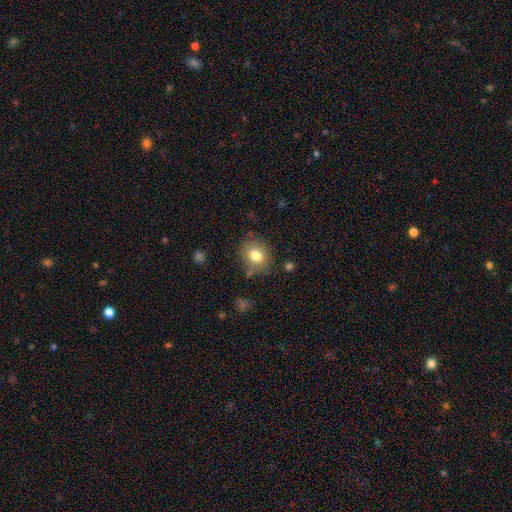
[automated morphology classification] This appears to be a smooth galaxy with no disk features (78%) that is round (60%). Merging: none (77%).